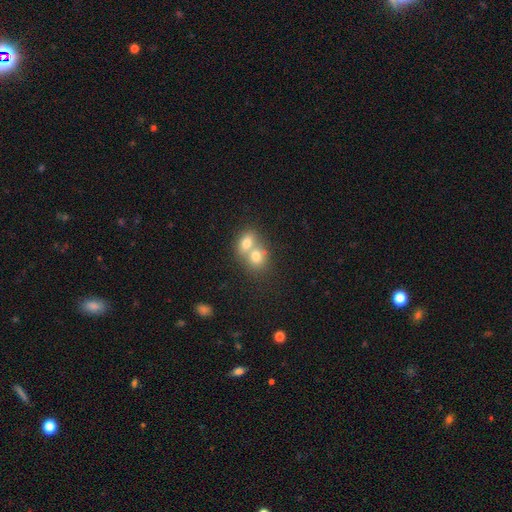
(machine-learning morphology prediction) smooth-or-featured: smooth: 71% | featured or disk: 19% | star or artifact: 10%
  how-rounded: round: 56% | in between: 43% | cigar-shaped: 1%
  merging: merger: 73% | none: 21% | minor disturbance: 5% | major disturbance: 2%